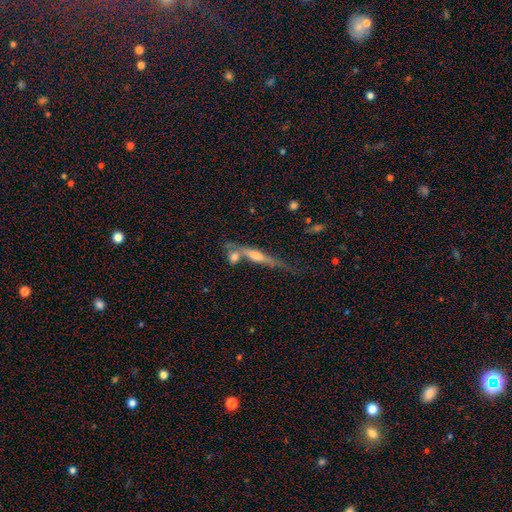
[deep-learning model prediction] featured or disk 65%, smooth 27%, star or artifact 9%. Down the decision tree: edge-on disk — yes (91%); edge-on bulge — rounded (76%); merging — none (49%).